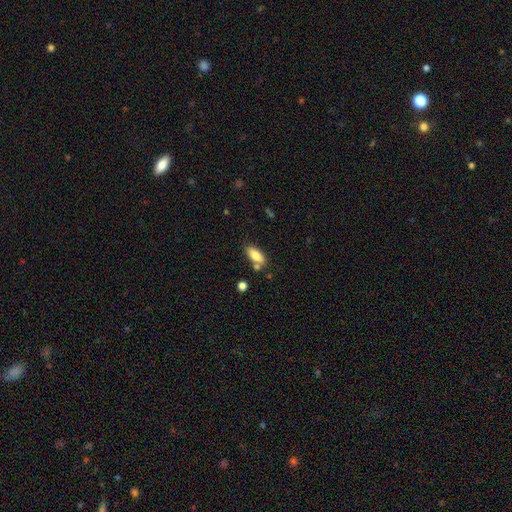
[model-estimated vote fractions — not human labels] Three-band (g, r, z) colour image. It shows a smooth galaxy with no disk features (81%) that is in between round and cigar-shaped (84%). Merging: none (68%).